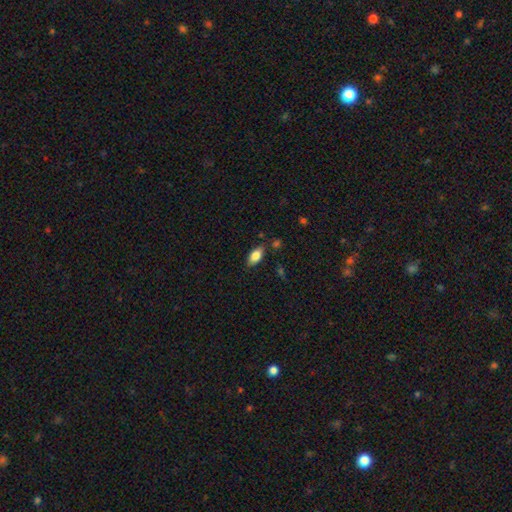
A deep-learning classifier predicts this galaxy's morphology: Q: Smooth or featured?
A: smooth (81%); runner-up: featured or disk (12%)
Q: How rounded?
A: in between (89%); runner-up: cigar-shaped (6%)
Q: Merging?
A: none (79%); runner-up: minor disturbance (14%)